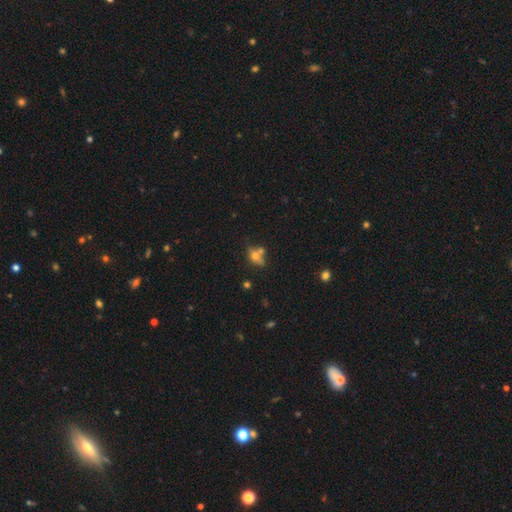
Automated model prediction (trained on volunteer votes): smooth 63%, featured or disk 24%, star or artifact 13%. Down the decision tree: how rounded — in between (64%); merging — none (46%).